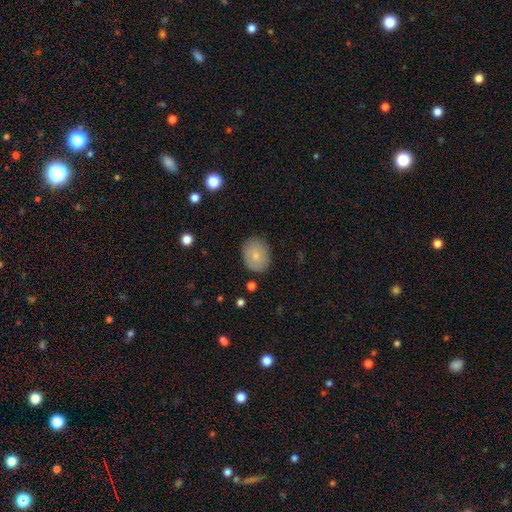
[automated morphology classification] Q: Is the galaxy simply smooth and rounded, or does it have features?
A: smooth — 78%.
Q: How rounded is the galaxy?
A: in between — 57%.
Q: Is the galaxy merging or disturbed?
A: none — 84%.